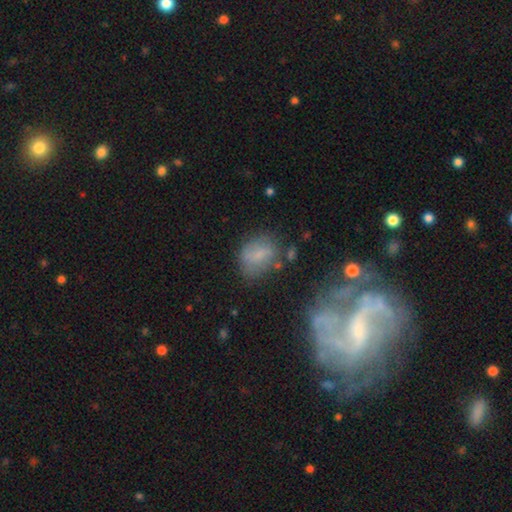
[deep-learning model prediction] Smooth or featured: smooth — 66% (featured or disk — 24%)
How rounded: in between — 71% (round — 27%)
Merging: none — 57% (minor disturbance — 25%)